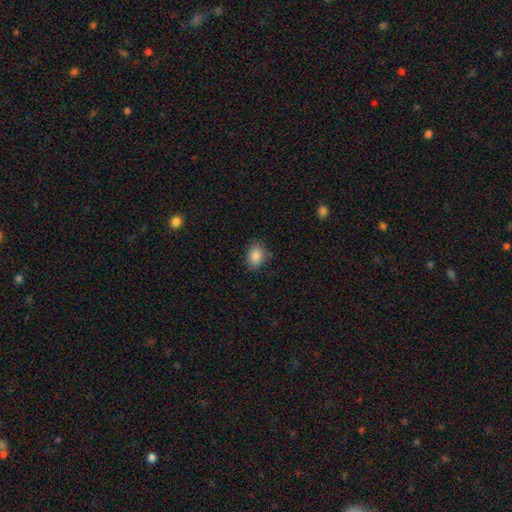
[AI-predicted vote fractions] Overall: smooth (85%). How rounded: in between (62%; round 37%). Merging: none (79%).